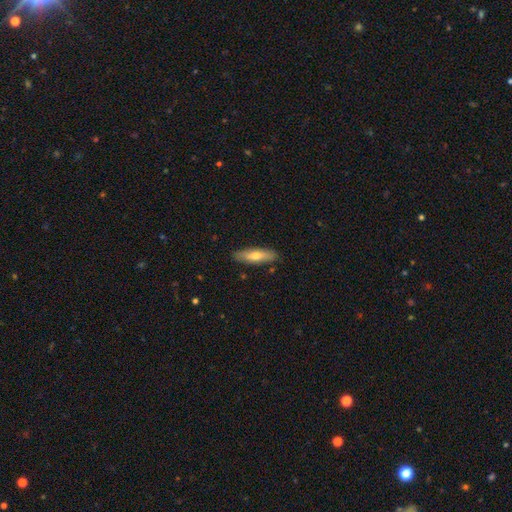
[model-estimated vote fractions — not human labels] Q: Smooth or featured?
A: smooth (60%); runner-up: featured or disk (34%)
Q: How rounded?
A: cigar-shaped (57%); runner-up: in between (41%)
Q: Merging?
A: none (86%); runner-up: minor disturbance (11%)